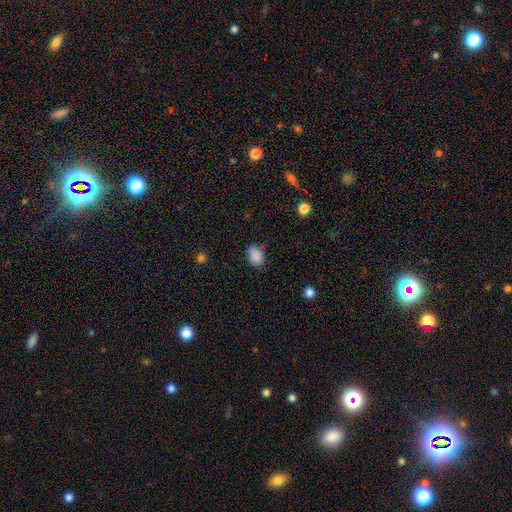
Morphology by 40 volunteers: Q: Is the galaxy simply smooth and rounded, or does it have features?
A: smooth — 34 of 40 (85%).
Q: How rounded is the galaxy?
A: in between — 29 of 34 (85%).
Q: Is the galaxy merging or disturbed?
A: none — 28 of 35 (80%).